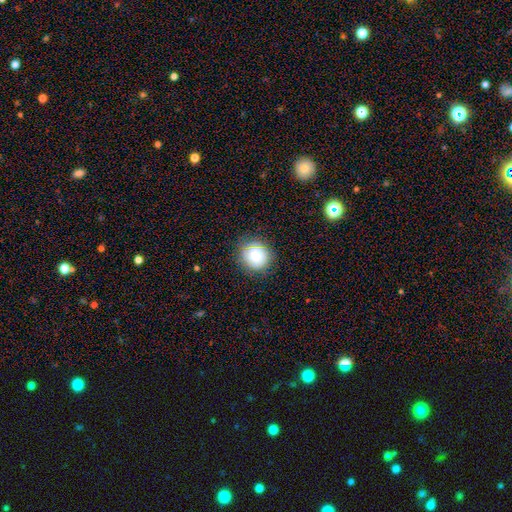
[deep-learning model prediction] smooth-or-featured: smooth: 79% | star or artifact: 11% | featured or disk: 10%
  how-rounded: round: 88% | in between: 11% | cigar-shaped: 1%
  merging: none: 85% | minor disturbance: 11% | major disturbance: 3% | merger: 1%